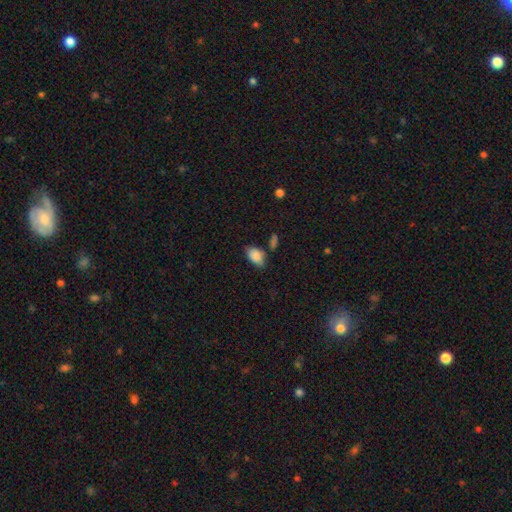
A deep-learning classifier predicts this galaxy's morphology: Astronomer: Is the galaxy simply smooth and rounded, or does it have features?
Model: smooth — 87%.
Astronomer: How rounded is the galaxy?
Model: in between — 91%.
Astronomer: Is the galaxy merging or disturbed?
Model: none — 65%.